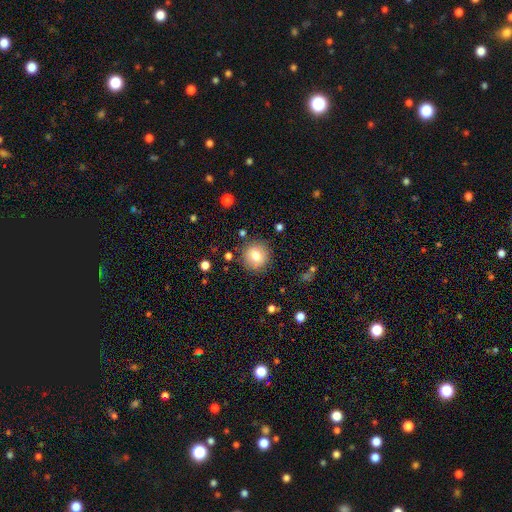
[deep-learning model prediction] A smooth galaxy with no disk features (75%) that is round (91%).

Vote fractions:
- Smooth or featured? smooth: 75% / featured or disk: 14% / star or artifact: 10%
- How rounded? round: 91% / in between: 8% / cigar-shaped: 1%
- Merging? none: 87% / minor disturbance: 8% / major disturbance: 3% / merger: 2%